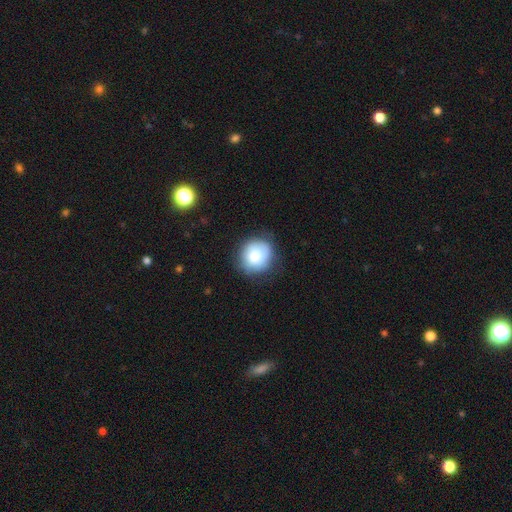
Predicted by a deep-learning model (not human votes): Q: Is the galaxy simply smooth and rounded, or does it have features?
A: smooth — 81%.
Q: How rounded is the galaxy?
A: round — 86%.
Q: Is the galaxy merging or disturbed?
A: none — 73%.